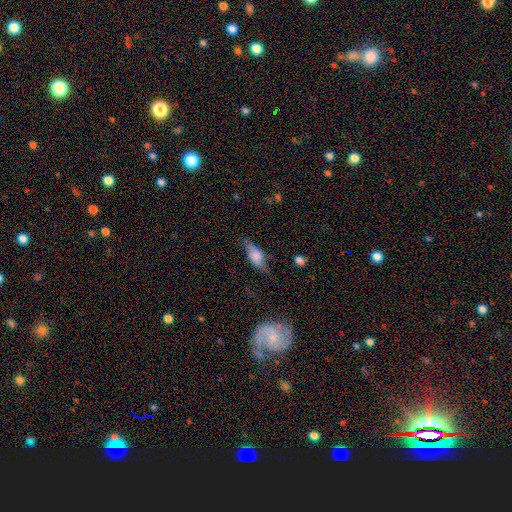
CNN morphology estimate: Q: Smooth or featured?
A: smooth (58%); runner-up: featured or disk (34%)
Q: How rounded?
A: in between (74%); runner-up: cigar-shaped (22%)
Q: Merging?
A: none (61%); runner-up: minor disturbance (27%)